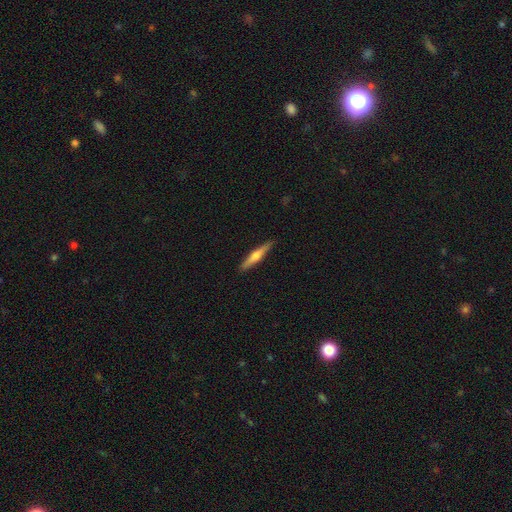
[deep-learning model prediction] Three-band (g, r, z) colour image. It shows a featured or disk galaxy (55%) viewed edge-on (97%) with a rounded central bulge (87%). Merging: none (91%).